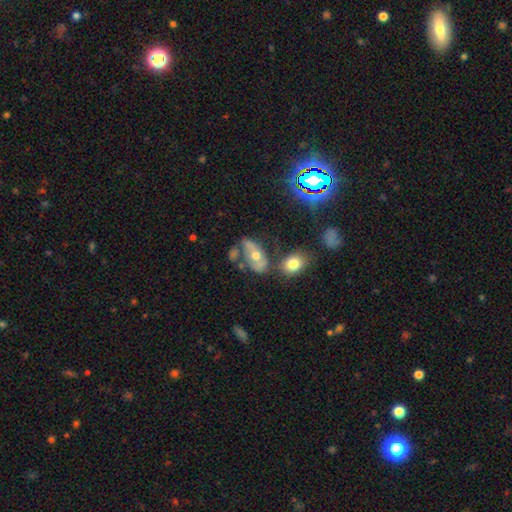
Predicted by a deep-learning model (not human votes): Smooth or featured: featured or disk — 47% (smooth — 39%)
Merging: none — 45% (minor disturbance — 21%)